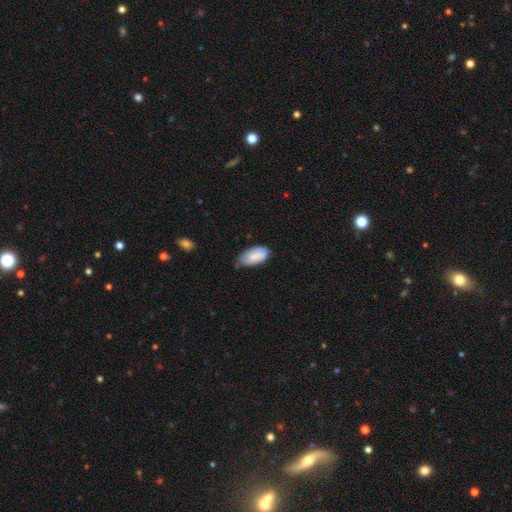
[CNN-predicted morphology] smooth-or-featured: smooth: 82% | featured or disk: 12% | star or artifact: 6%
  how-rounded: in between: 94% | cigar-shaped: 4% | round: 2%
  merging: none: 52% | minor disturbance: 39% | major disturbance: 6% | merger: 3%